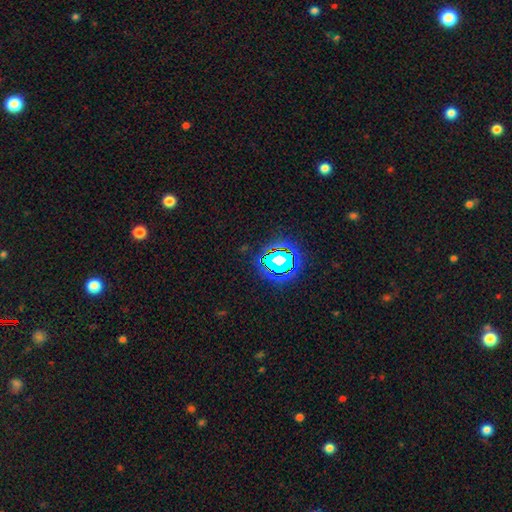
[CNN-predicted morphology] This appears to be a star or artifact, not a galaxy (80%).